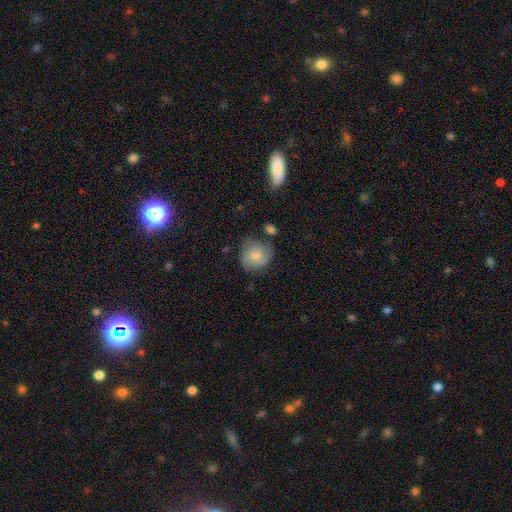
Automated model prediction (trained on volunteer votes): Smooth or featured? smooth (66%)
How rounded? round (88%)
Merging? none (64%)